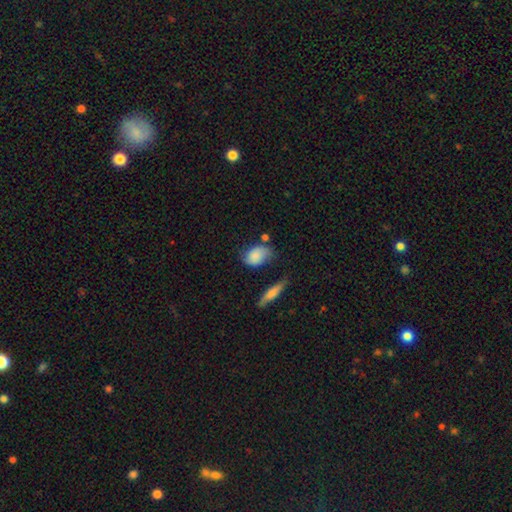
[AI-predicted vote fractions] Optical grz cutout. It shows a smooth galaxy with no disk features (74%) that is in between round and cigar-shaped (81%). Merging: none (52%).